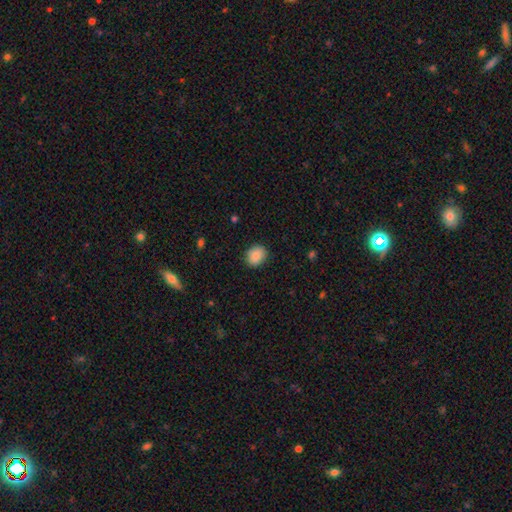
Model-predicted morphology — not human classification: Smooth or featured? Predicted: smooth (p=0.87). How rounded? Predicted: round (p=0.53). Merging? Predicted: none (p=0.86).